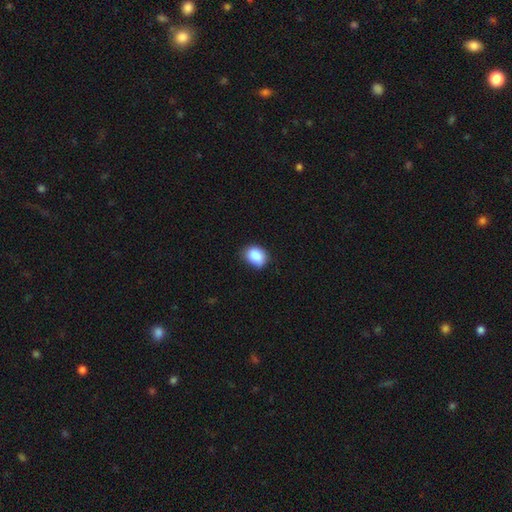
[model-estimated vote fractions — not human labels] Morphology: type=smooth (87%); roundness=in between (64%); merging=none (70%).